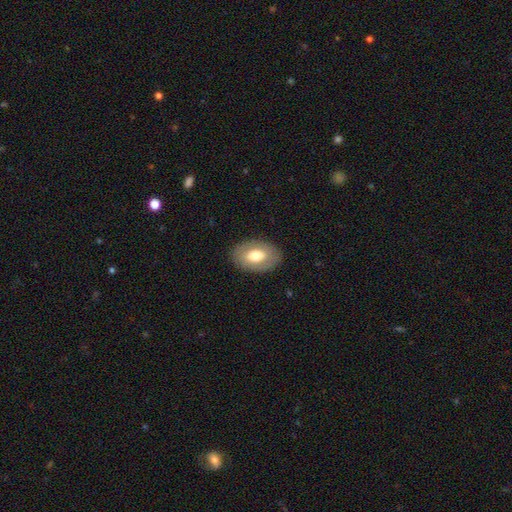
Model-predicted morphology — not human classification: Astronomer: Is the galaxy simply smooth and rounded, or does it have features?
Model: smooth — 63%.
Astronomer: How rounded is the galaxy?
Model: in between — 87%.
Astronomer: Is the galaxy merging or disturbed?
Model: none — 85%.